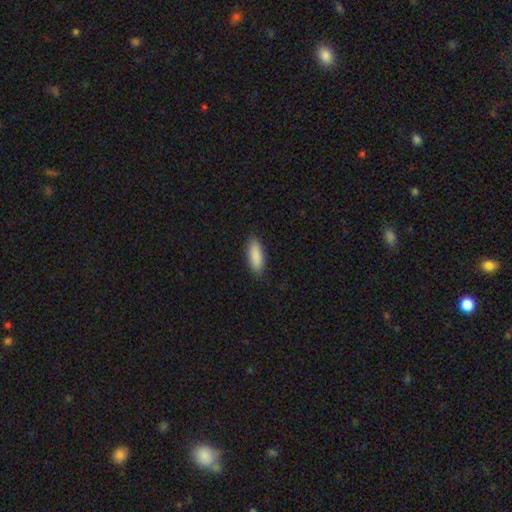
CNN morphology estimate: smooth_or_featured: smooth (p=0.90) [alt: star or artifact p=0.06]
how_rounded: in between (p=0.75) [alt: cigar-shaped p=0.23]
merging: none (p=0.86) [alt: minor disturbance p=0.11]